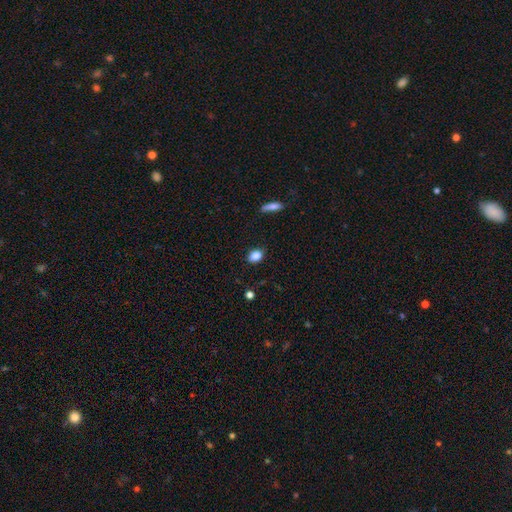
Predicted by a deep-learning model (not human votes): This is clearly a smooth galaxy (85%). How rounded: likely in between (71%). Merging: clearly none (85%).